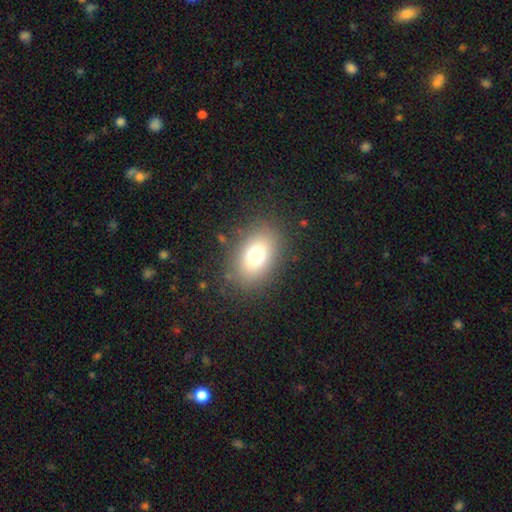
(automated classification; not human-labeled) Morphology: type=smooth (74%); roundness=in between (75%); merging=none (83%).